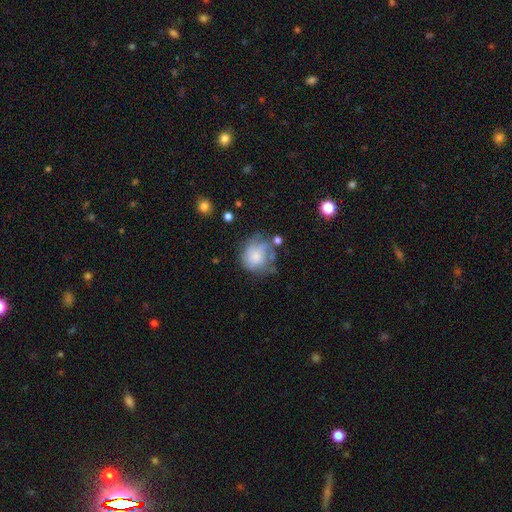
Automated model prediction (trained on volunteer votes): A smooth galaxy with no disk features (63%) that is round (75%).

Vote fractions:
- Smooth or featured? smooth: 63% / featured or disk: 28% / star or artifact: 9%
- How rounded? round: 75% / in between: 24% / cigar-shaped: 1%
- Merging? none: 42% / minor disturbance: 30% / major disturbance: 21% / merger: 7%